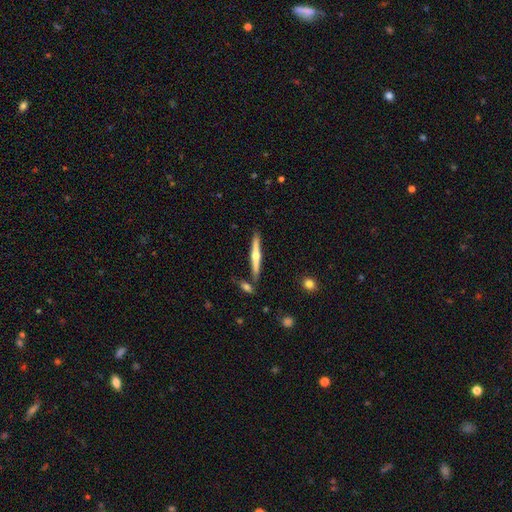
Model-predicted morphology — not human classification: Smooth or featured? featured or disk (65%)
Edge-on disk? yes (98%)
Edge-on bulge? rounded (87%)
Merging? none (83%)